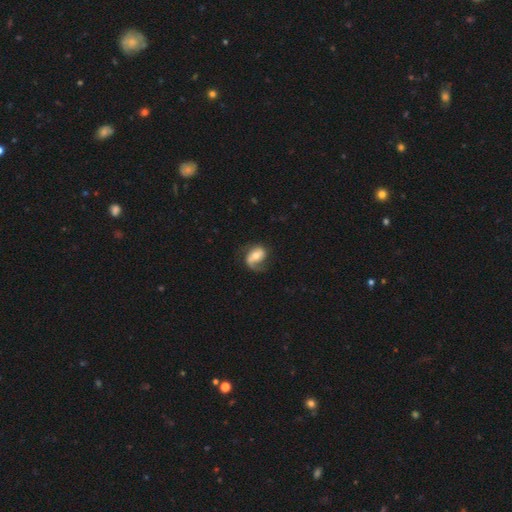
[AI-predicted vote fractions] Smooth or featured: featured or disk — 66% (smooth — 27%)
Edge-on disk: no — 96% (yes — 4%)
Bar: no — 48% (weak — 32%)
Spiral arms: yes — 88% (no — 12%)
Spiral winding: loose — 43% (medium — 38%)
Spiral arm count: 2 — 51% (1 — 40%)
Bulge size: moderate — 61% (small — 29%)
Merging: none — 52% (minor disturbance — 24%)